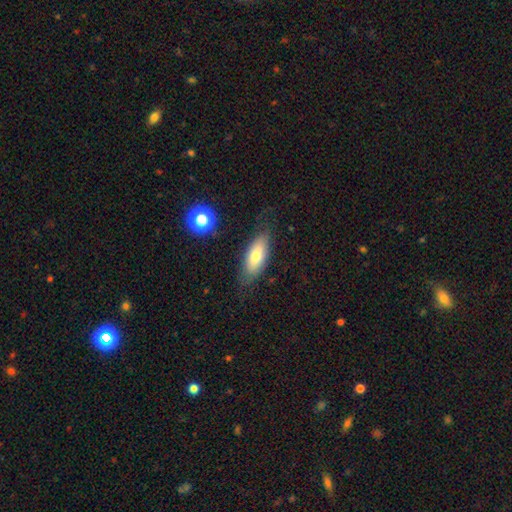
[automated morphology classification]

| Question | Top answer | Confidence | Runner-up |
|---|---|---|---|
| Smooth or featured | smooth | 72% | featured or disk (20%) |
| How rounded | in between | 78% | cigar-shaped (19%) |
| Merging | none | 75% | minor disturbance (18%) |